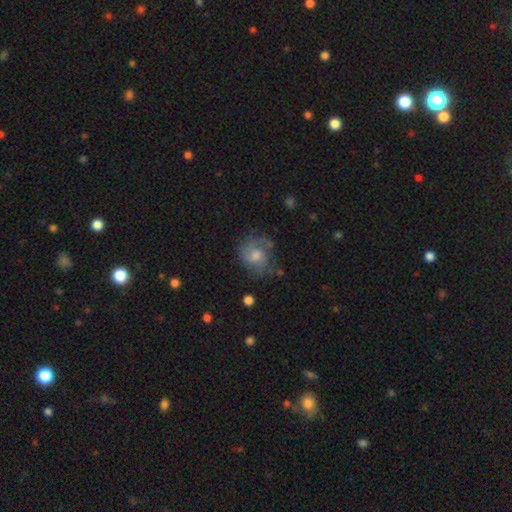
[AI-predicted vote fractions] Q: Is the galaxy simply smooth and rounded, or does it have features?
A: featured or disk — 50%.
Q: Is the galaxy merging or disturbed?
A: none — 59%.